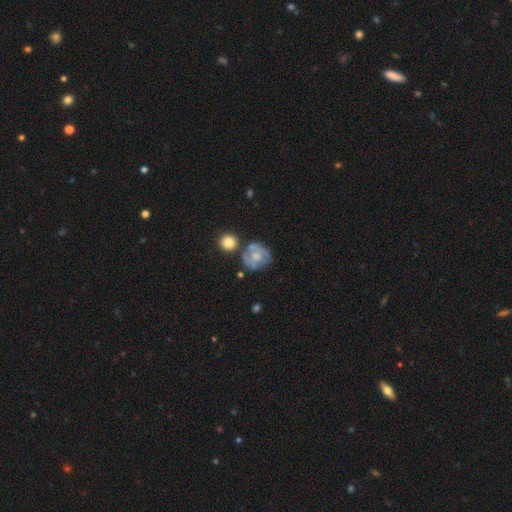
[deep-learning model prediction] A featured or disk galaxy (51%). Merging: none (55%).